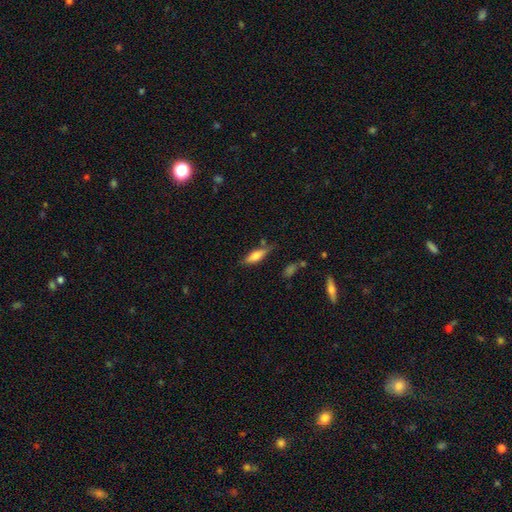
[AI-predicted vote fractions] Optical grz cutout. It shows a smooth galaxy with no disk features (62%) that is cigar-shaped (50%). Merging: none (71%).